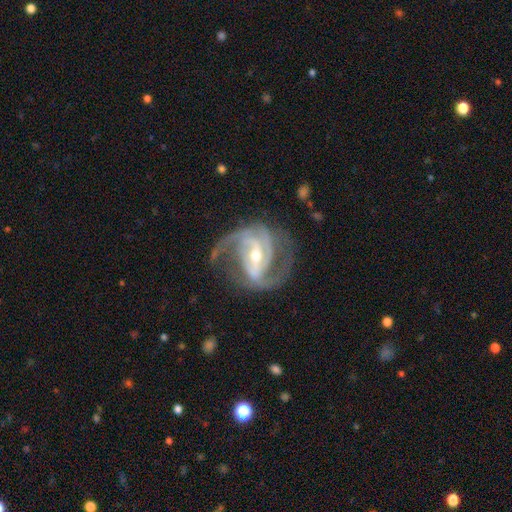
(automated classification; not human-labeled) A featured or disk galaxy (92%) with a strong bar (51%), 2 (69%) medium (56%) spiral arms (98%) and a moderate central bulge (55%).

Vote fractions:
- Smooth or featured? featured or disk: 92% / star or artifact: 4% / smooth: 4%
- Edge-on disk? no: 97% / yes: 3%
- Bar? strong: 51% / weak: 37% / no: 12%
- Spiral arms? yes: 98% / no: 2%
- Spiral winding? medium: 56% / tight: 26% / loose: 18%
- Spiral arm count? 2: 69% / 3: 17% / can't tell: 5% / 1: 3% / 4: 3% / more than 4: 2%
- Bulge size? moderate: 55% / small: 40% / large: 3% / none: 1% / dominant: 1%
- Merging? none: 69% / minor disturbance: 17% / major disturbance: 12% / merger: 2%